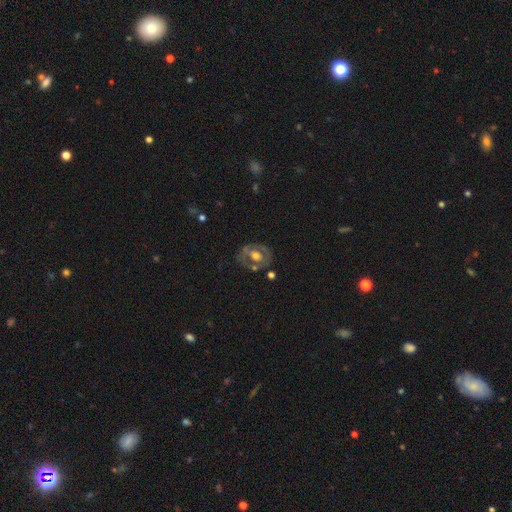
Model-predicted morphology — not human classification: Smooth or featured? featured or disk (62%)
Edge-on disk? no (95%)
Bar? no (73%)
Spiral arms? no (76%)
Bulge size? moderate (59%)
Merging? none (65%)